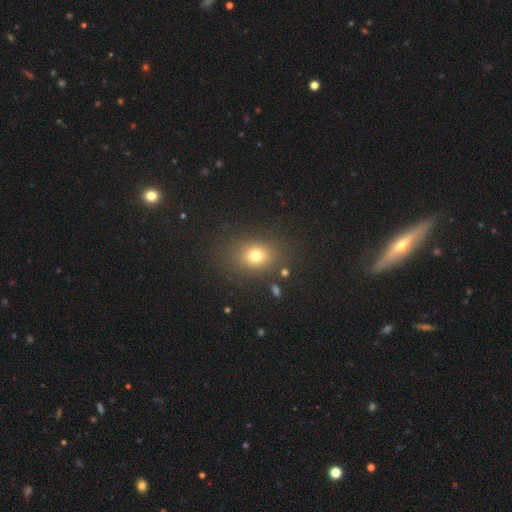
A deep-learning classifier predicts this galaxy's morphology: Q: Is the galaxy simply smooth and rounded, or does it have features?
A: smooth — 74%.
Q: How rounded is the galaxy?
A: round — 50%.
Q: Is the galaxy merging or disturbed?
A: none — 83%.